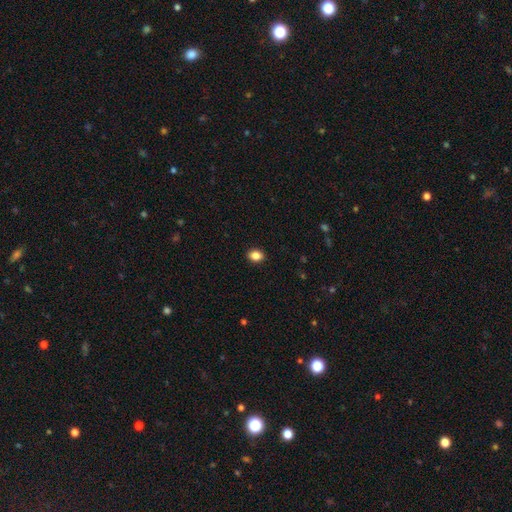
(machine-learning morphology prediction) smooth 86%, star or artifact 9%, featured or disk 4%. Down the decision tree: how rounded — in between (64%); merging — none (91%).